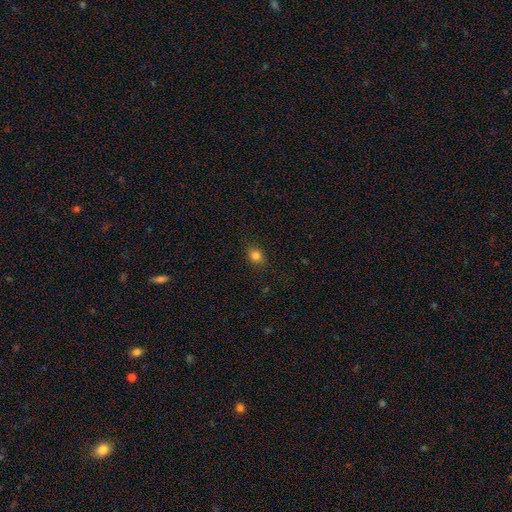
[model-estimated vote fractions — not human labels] Overall: smooth (82%). How rounded: round (62%; in between 37%). Merging: none (86%).